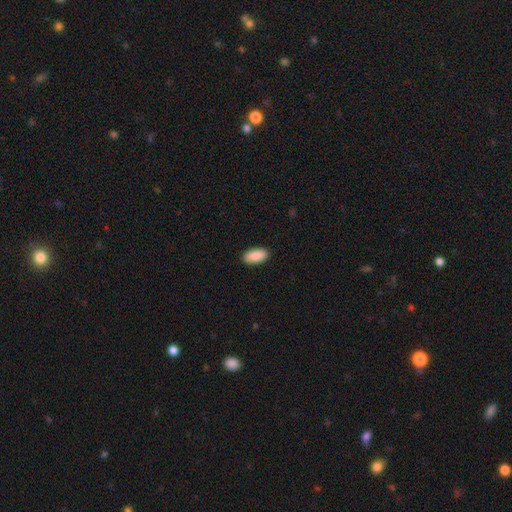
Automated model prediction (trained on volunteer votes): smooth-or-featured: smooth: 90% | star or artifact: 6% | featured or disk: 4%
  how-rounded: in between: 92% | cigar-shaped: 6% | round: 2%
  merging: none: 90% | minor disturbance: 7% | major disturbance: 2% | merger: 1%